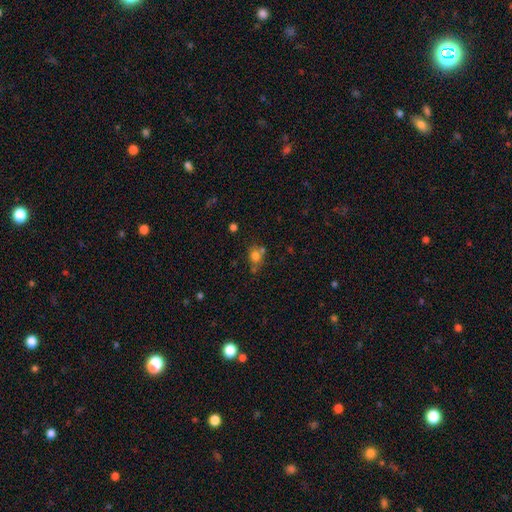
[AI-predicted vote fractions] Smooth or featured?
  - smooth: 74% *
  - star or artifact: 15%
  - featured or disk: 11%
How rounded?
  - round: 69% *
  - in between: 30%
  - cigar-shaped: 1%
Merging?
  - none: 52% *
  - merger: 27%
  - minor disturbance: 15%
  - major disturbance: 6%